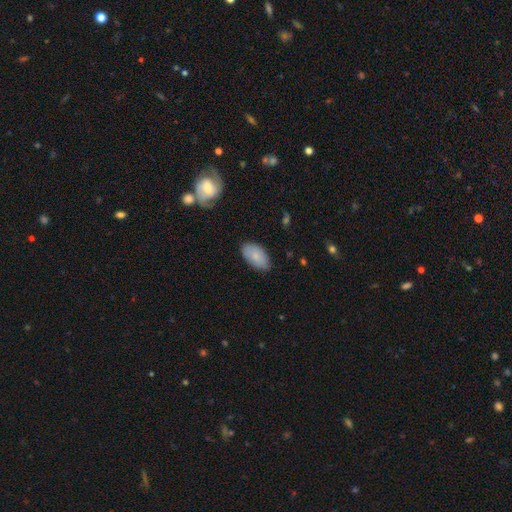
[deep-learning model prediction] smooth-or-featured: smooth: 81% | featured or disk: 13% | star or artifact: 6%
  how-rounded: in between: 94% | round: 4% | cigar-shaped: 2%
  merging: none: 79% | minor disturbance: 17% | major disturbance: 3% | merger: 1%